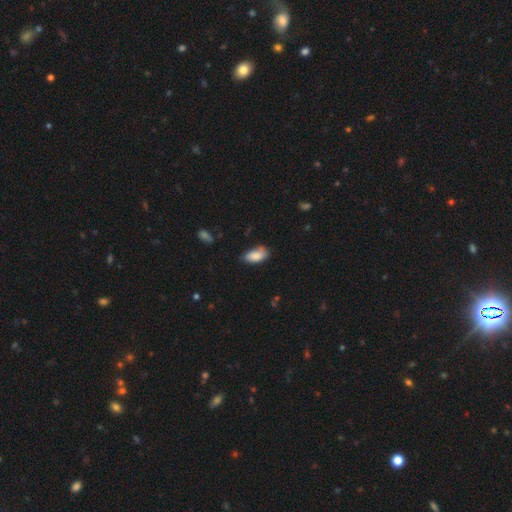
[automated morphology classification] Smooth or featured? smooth (85%)
How rounded? in between (92%)
Merging? none (60%)